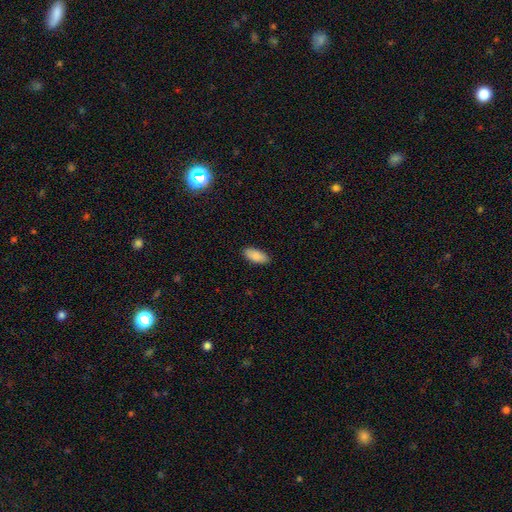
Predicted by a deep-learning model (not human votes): Overall: smooth (89%). How rounded: in between (88%). Merging: none (89%).